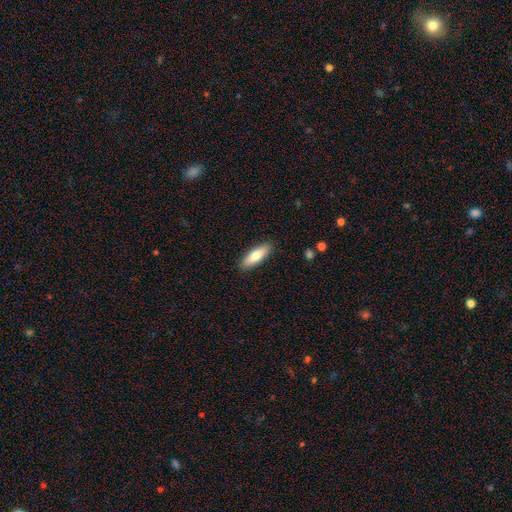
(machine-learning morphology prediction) The model was most divided on "how rounded": cigar-shaped: 50%, in between: 48%, round: 2%. More confident: merging — none (89%); smooth or featured — smooth (75%).